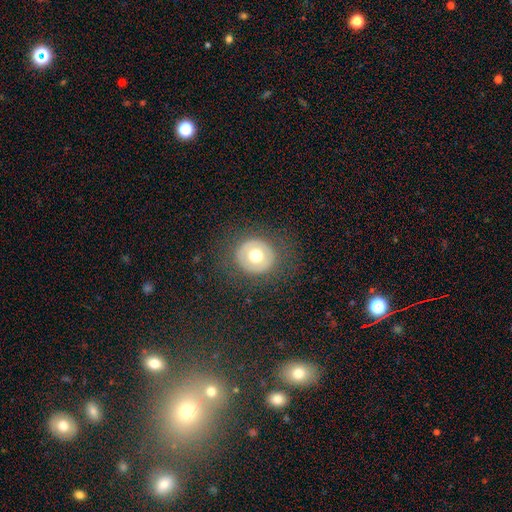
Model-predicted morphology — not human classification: Q: Smooth or featured?
A: smooth (58%); runner-up: featured or disk (32%)
Q: How rounded?
A: round (90%); runner-up: in between (9%)
Q: Merging?
A: none (83%); runner-up: minor disturbance (10%)